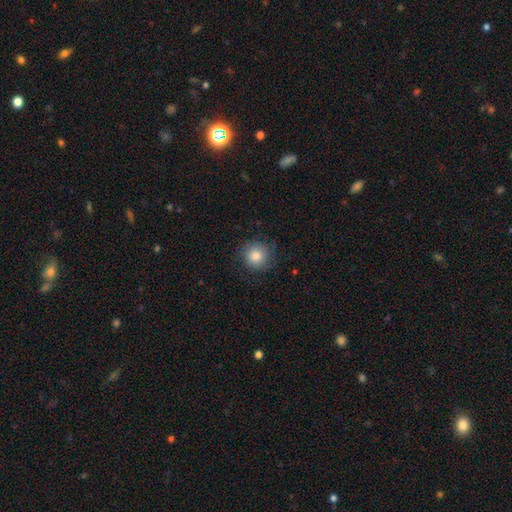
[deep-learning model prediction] Overall: smooth (81%). How rounded: round (94%). Merging: none (82%).